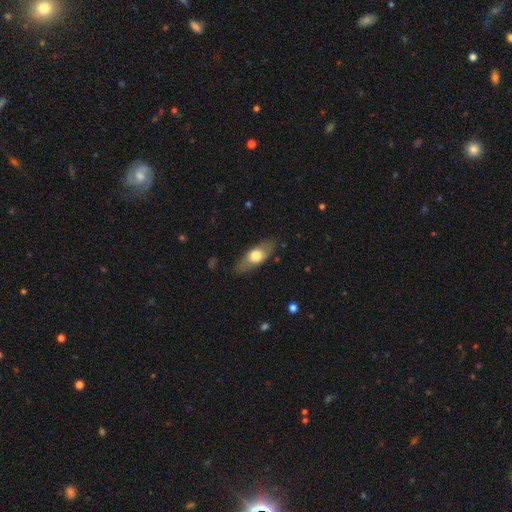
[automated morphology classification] Q: Smooth or featured?
A: smooth (58%); runner-up: featured or disk (37%)
Q: How rounded?
A: in between (73%); runner-up: cigar-shaped (23%)
Q: Merging?
A: none (82%); runner-up: minor disturbance (13%)